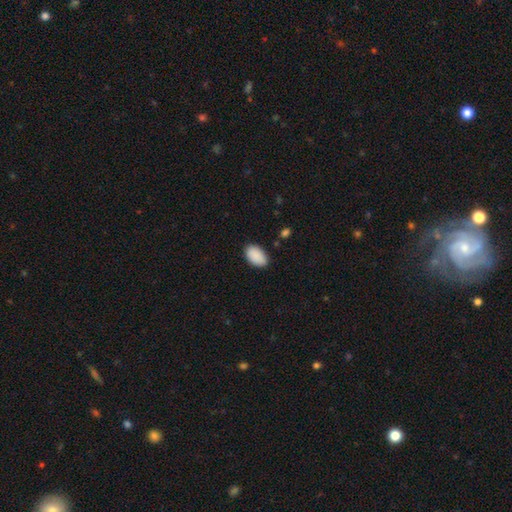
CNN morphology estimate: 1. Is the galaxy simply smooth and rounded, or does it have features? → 91% smooth, 6% star or artifact, 3% featured or disk.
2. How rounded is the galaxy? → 93% in between, 5% round, 1% cigar-shaped.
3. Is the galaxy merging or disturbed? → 86% none, 10% minor disturbance, 2% major disturbance, 1% merger.